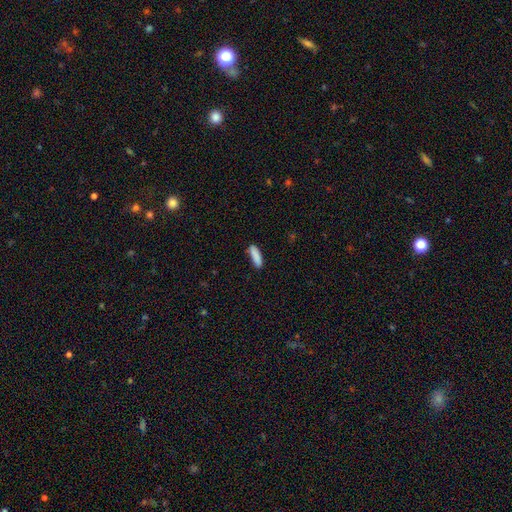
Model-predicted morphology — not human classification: Smooth or featured? smooth (89%)
How rounded? cigar-shaped (59%)
Merging? none (84%)